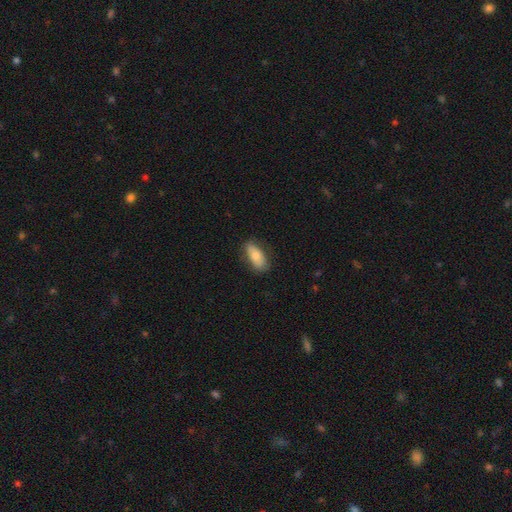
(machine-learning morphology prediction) type=smooth (73%); roundness=in between (88%); merging=none (81%).